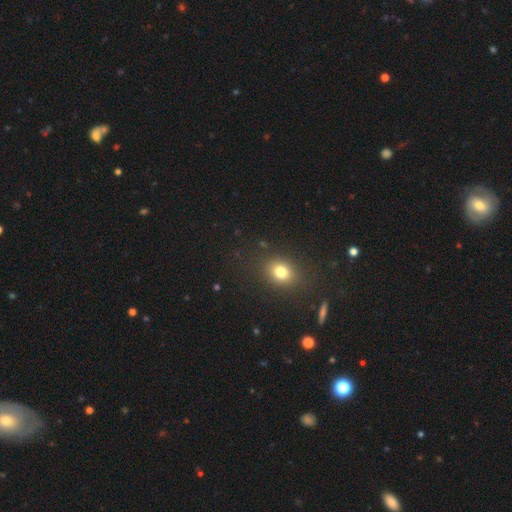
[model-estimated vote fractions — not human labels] The model was most divided on "smooth or featured": smooth: 53%, star or artifact: 38%, featured or disk: 9%. More confident: merging — none (86%); how rounded — round (66%).